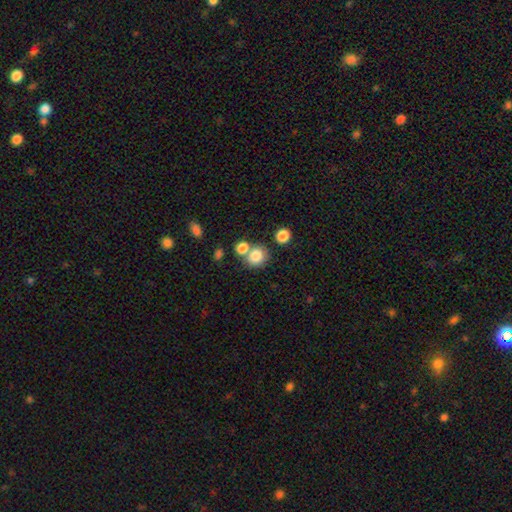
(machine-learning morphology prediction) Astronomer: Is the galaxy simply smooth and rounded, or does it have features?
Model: smooth — 81%.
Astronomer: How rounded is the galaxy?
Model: round — 75%.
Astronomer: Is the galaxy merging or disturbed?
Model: none — 53% (runner-up: merger, 34%).